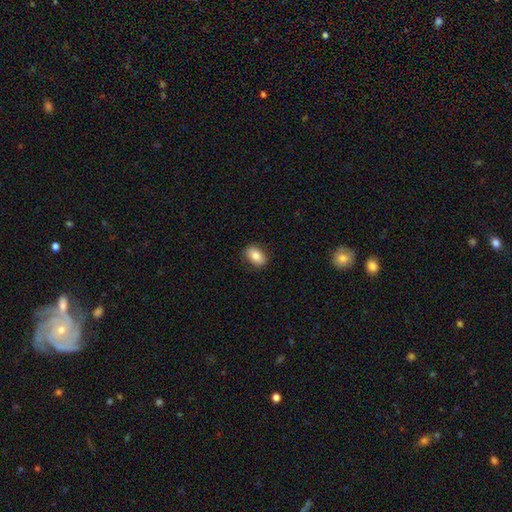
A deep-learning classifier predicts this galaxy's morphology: Smooth or featured? Predicted: smooth (p=0.82). How rounded? Predicted: in between (p=0.85). Merging? Predicted: none (p=0.85).